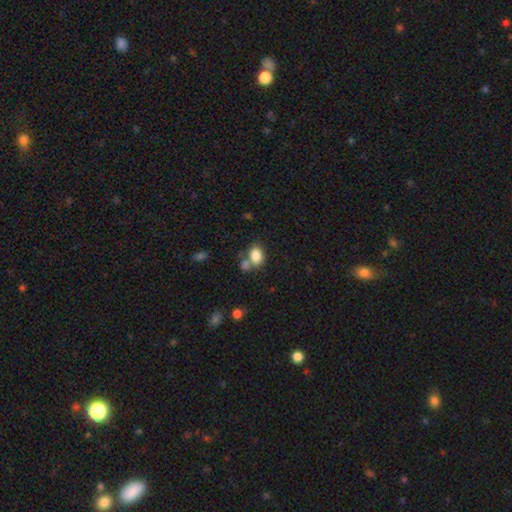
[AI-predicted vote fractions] Overall: smooth (83%). How rounded: in between (73%). Merging: none (52%; merger 29%).